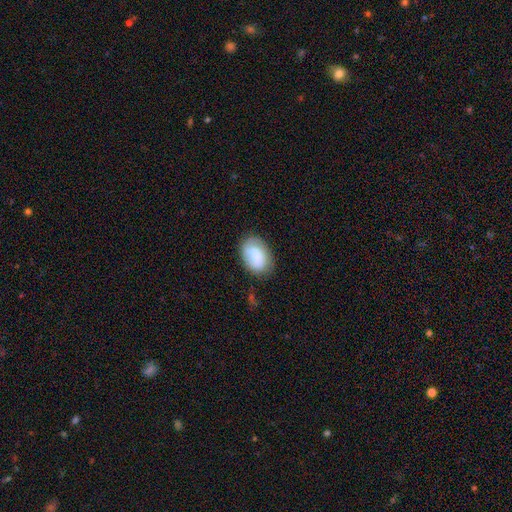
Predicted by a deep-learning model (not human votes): Smooth or featured?
  - smooth: 74% *
  - featured or disk: 19%
  - star or artifact: 7%
How rounded?
  - in between: 81% *
  - round: 18%
  - cigar-shaped: 1%
Merging?
  - none: 68% *
  - minor disturbance: 21%
  - major disturbance: 7%
  - merger: 4%